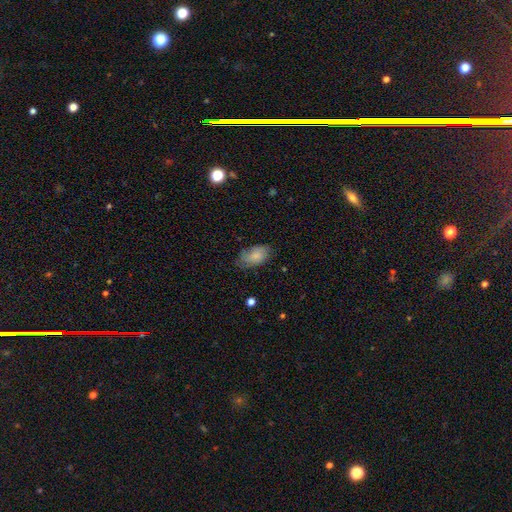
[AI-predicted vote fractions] Smooth or featured? smooth (78%)
How rounded? in between (93%)
Merging? none (68%)